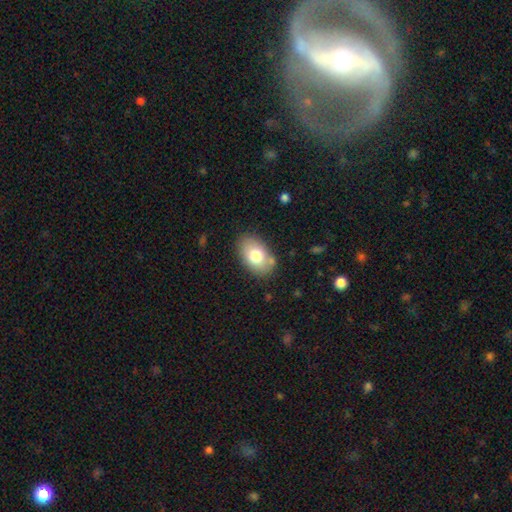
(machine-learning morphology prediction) type=smooth (76%); roundness=in between (87%); merging=none (79%).